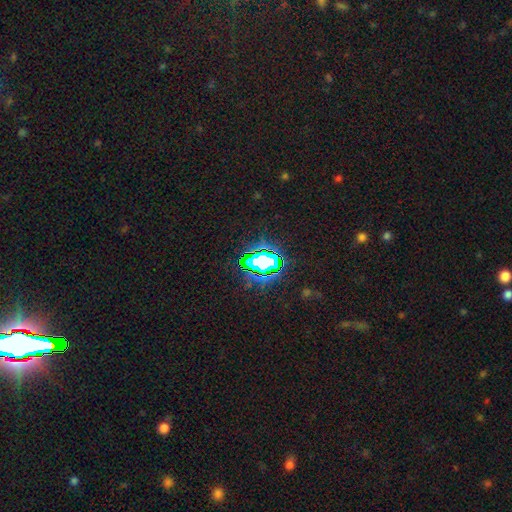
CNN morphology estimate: Smooth or featured? Predicted: star or artifact (p=0.68).